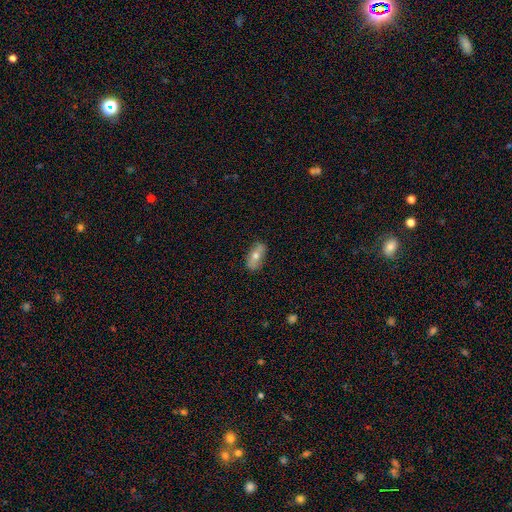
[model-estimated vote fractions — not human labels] This is possibly a smooth galaxy (58%). How rounded: likely in between (80%). Merging: clearly none (82%).